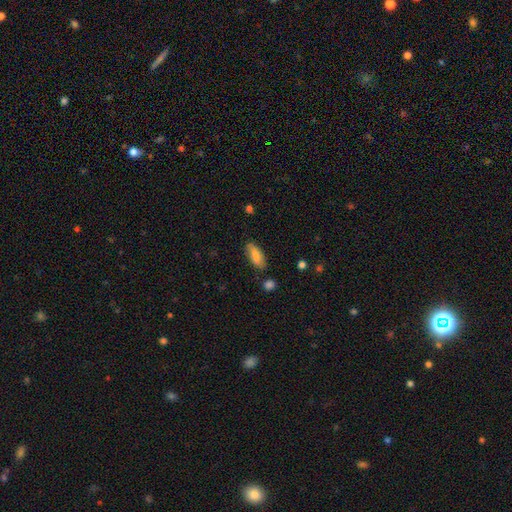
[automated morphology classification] Q: Smooth or featured?
A: smooth (79%); runner-up: featured or disk (15%)
Q: How rounded?
A: in between (78%); runner-up: cigar-shaped (20%)
Q: Merging?
A: none (72%); runner-up: minor disturbance (20%)